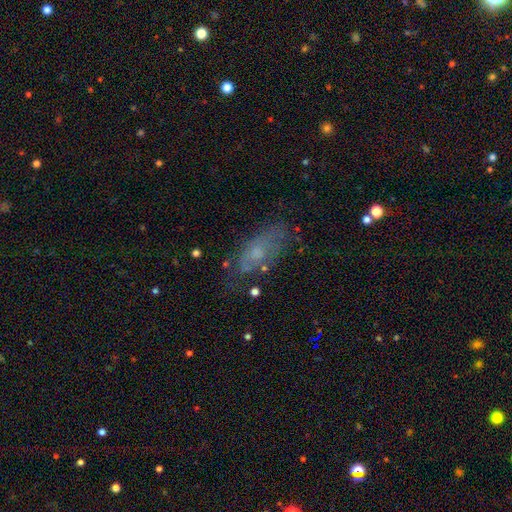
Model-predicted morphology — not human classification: A featured or disk galaxy (43%).

Vote fractions:
- Smooth or featured? featured or disk: 43% / smooth: 31% / star or artifact: 26%
- Merging? none: 72% / minor disturbance: 17% / major disturbance: 8% / merger: 3%